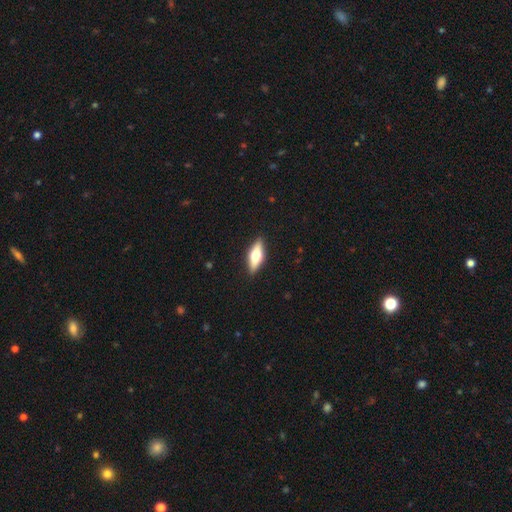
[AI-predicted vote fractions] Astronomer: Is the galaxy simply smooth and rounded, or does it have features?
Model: smooth — 48% (runner-up: featured or disk, 46%).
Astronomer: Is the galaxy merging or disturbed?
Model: none — 90%.